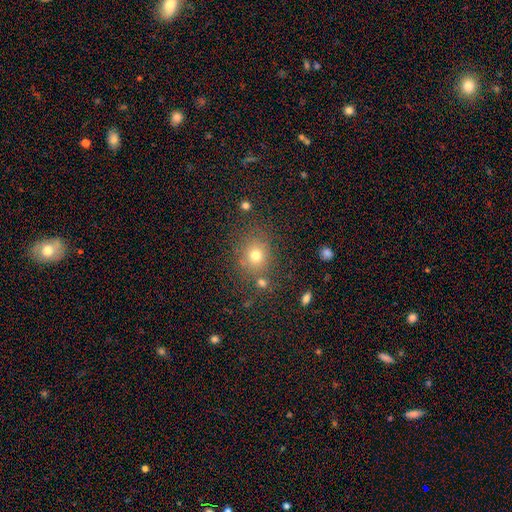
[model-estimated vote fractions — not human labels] This appears to be a smooth galaxy with no disk features (74%) that is round (74%). Merging: none (75%).